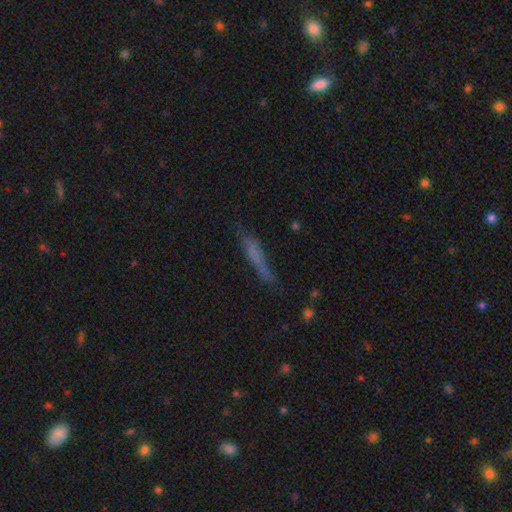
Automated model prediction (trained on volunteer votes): Smooth or featured: smooth — 57% (featured or disk — 33%)
How rounded: cigar-shaped — 92% (in between — 6%)
Merging: none — 69% (minor disturbance — 21%)